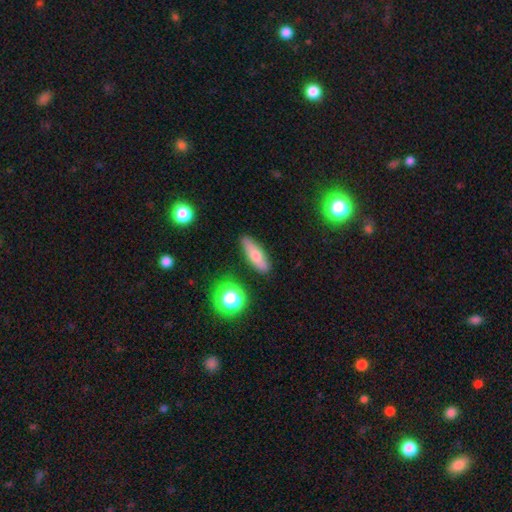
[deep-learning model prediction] Smooth or featured: smooth — 67% (featured or disk — 24%)
How rounded: cigar-shaped — 53% (in between — 42%)
Merging: none — 83% (minor disturbance — 12%)